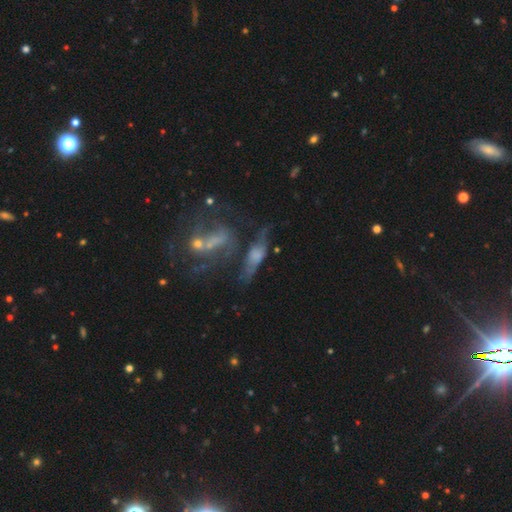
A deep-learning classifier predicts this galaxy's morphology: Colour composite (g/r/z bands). It shows a featured or disk galaxy (48%). Merging: none (34%).